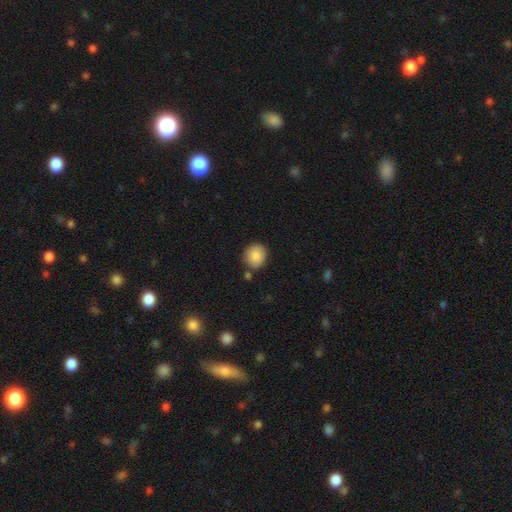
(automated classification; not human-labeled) Smooth or featured? smooth (86%)
How rounded? round (77%)
Merging? none (80%)